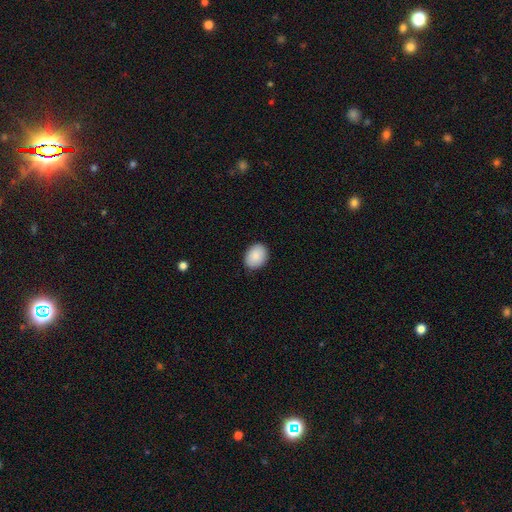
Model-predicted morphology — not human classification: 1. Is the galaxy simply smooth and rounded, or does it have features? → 89% smooth, 7% star or artifact, 4% featured or disk.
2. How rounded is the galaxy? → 66% in between, 33% round, 1% cigar-shaped.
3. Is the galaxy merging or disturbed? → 87% none, 10% minor disturbance, 2% major disturbance, 1% merger.